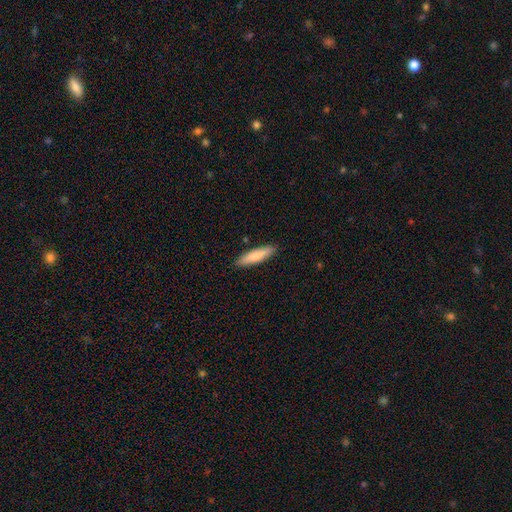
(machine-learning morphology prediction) type=smooth (80%); roundness=cigar-shaped (78%); merging=none (89%).